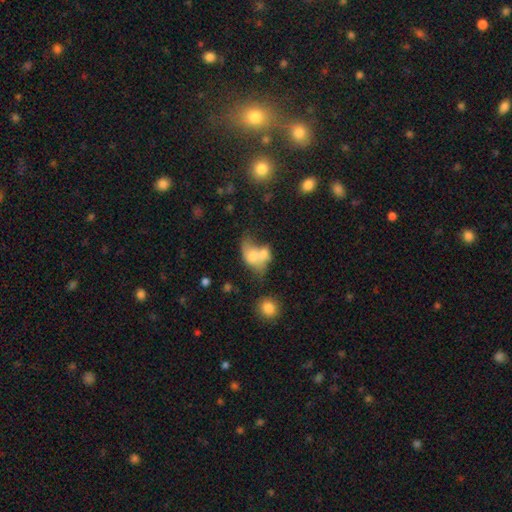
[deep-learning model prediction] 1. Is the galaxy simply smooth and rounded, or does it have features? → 60% smooth, 30% featured or disk, 10% star or artifact.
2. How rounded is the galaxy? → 72% in between, 26% round, 2% cigar-shaped.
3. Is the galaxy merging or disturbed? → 67% merger, 14% none, 10% major disturbance, 9% minor disturbance.